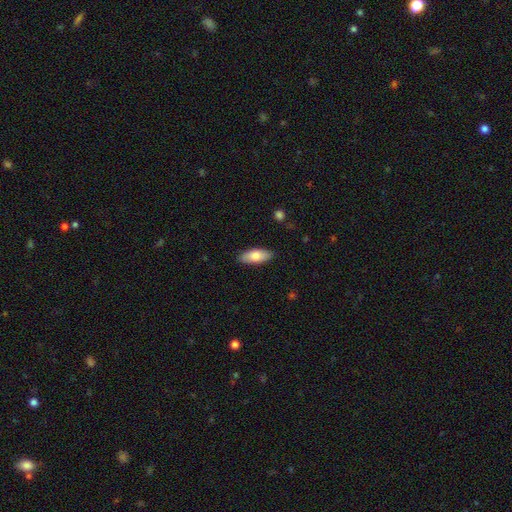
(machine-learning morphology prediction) Smooth or featured? smooth (78%)
How rounded? in between (81%)
Merging? none (88%)